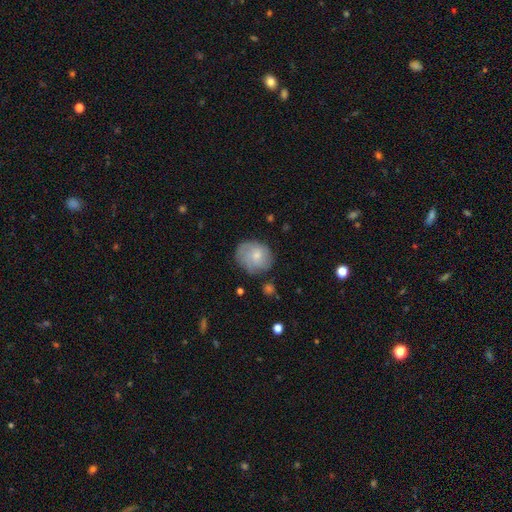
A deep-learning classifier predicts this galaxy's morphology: Smooth or featured: smooth — 53% (featured or disk — 39%)
How rounded: round — 69% (in between — 30%)
Merging: none — 62% (minor disturbance — 25%)